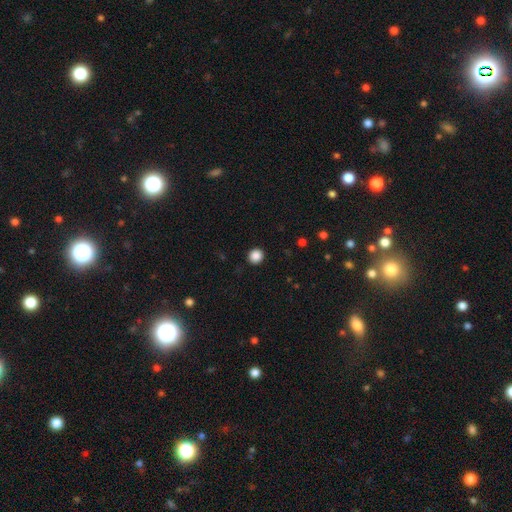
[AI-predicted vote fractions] smooth_or_featured: smooth (p=0.87) [alt: star or artifact p=0.10]
how_rounded: round (p=0.91) [alt: in between p=0.08]
merging: none (p=0.92) [alt: minor disturbance p=0.05]